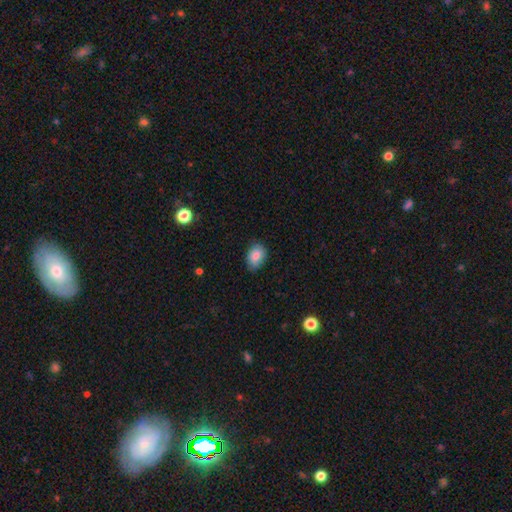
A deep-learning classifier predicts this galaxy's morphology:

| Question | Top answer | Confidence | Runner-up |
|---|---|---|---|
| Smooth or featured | smooth | 84% | featured or disk (9%) |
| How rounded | in between | 78% | round (21%) |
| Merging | none | 77% | minor disturbance (19%) |